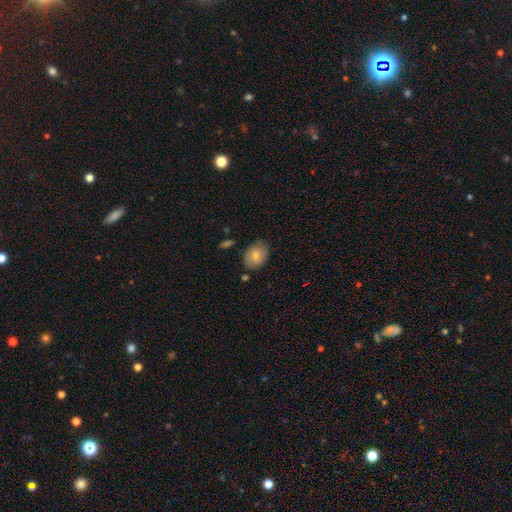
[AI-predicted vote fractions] Morphology: type=smooth (77%); roundness=in between (74%); merging=none (77%).